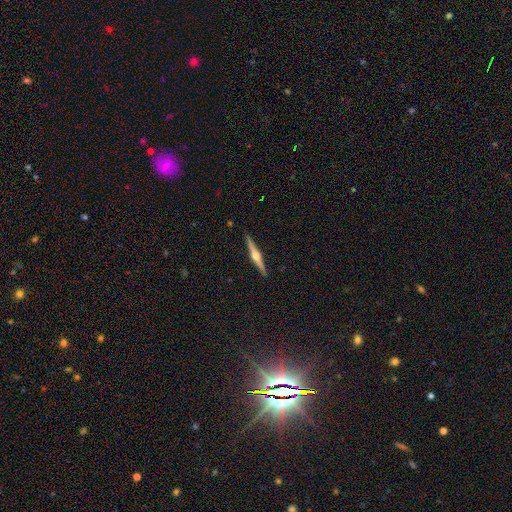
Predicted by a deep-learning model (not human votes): Smooth or featured?
  - featured or disk: 80% *
  - smooth: 14%
  - star or artifact: 5%
Edge-on disk?
  - yes: 99% *
  - no: 1%
Edge-on bulge?
  - rounded: 95% *
  - boxy: 3%
  - none: 2%
Merging?
  - none: 92% *
  - minor disturbance: 5%
  - major disturbance: 1%
  - merger: 1%